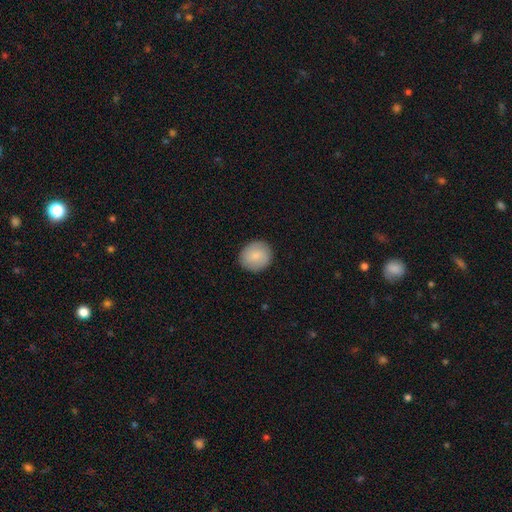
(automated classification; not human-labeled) smooth_or_featured: smooth (p=0.83) [alt: featured or disk p=0.10]
how_rounded: round (p=0.86) [alt: in between p=0.13]
merging: none (p=0.90) [alt: minor disturbance p=0.07]